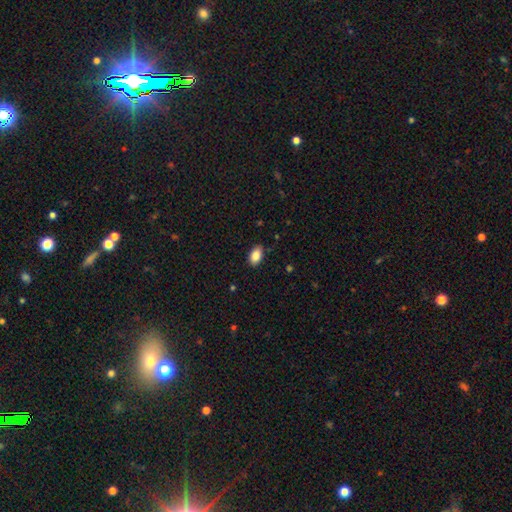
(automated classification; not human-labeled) Overall: smooth (88%). How rounded: in between (91%). Merging: none (84%).